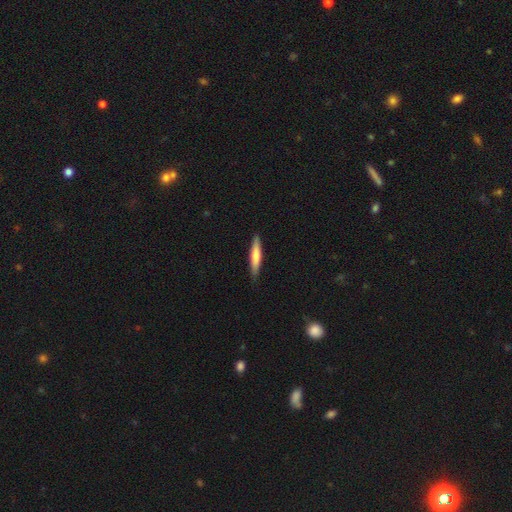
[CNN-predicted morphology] This is likely a smooth galaxy (66%). How rounded: clearly cigar-shaped (89%). Merging: clearly none (88%).